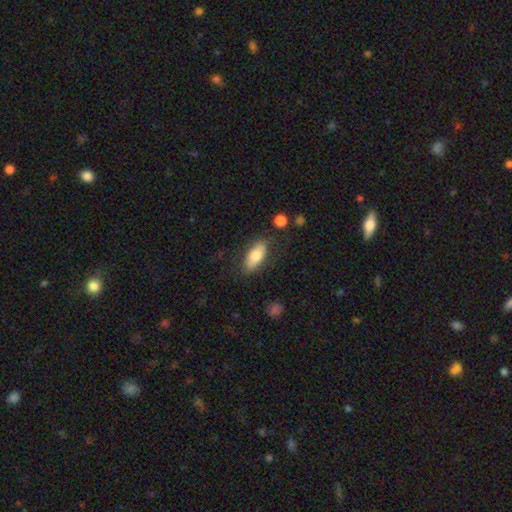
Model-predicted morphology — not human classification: Smooth or featured: smooth — 75% (featured or disk — 19%)
How rounded: in between — 80% (cigar-shaped — 17%)
Merging: none — 81% (minor disturbance — 13%)